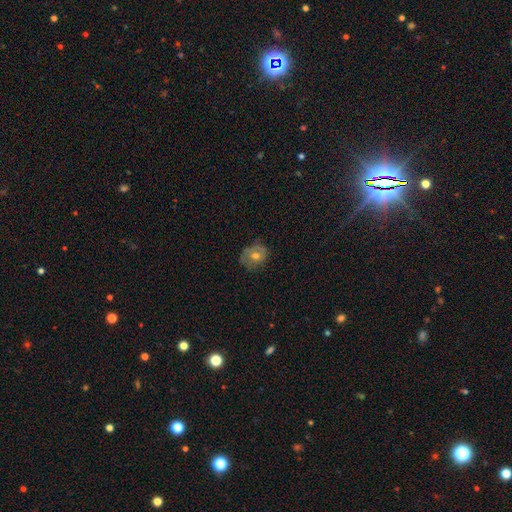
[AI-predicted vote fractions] The model was most divided on "smooth or featured": smooth: 53%, featured or disk: 37%, star or artifact: 11%. More confident: merging — none (63%); how rounded — round (62%).